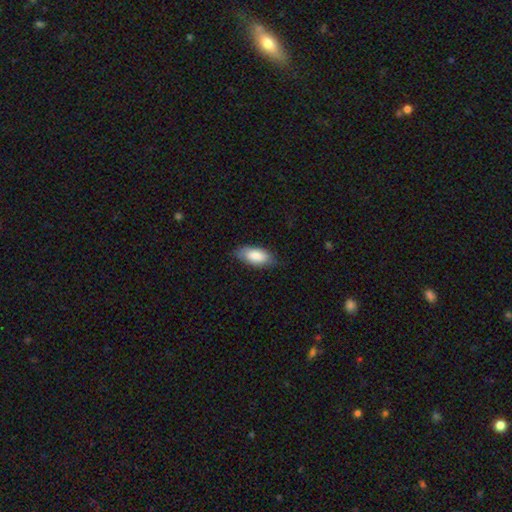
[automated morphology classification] type=smooth (85%); roundness=in between (89%); merging=none (80%).